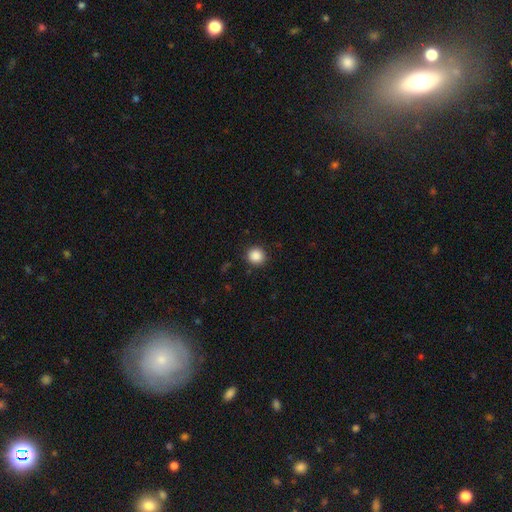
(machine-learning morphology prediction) smooth-or-featured: smooth: 88% | star or artifact: 10% | featured or disk: 3%
  how-rounded: round: 91% | in between: 8% | cigar-shaped: 1%
  merging: none: 90% | minor disturbance: 7% | major disturbance: 2% | merger: 1%